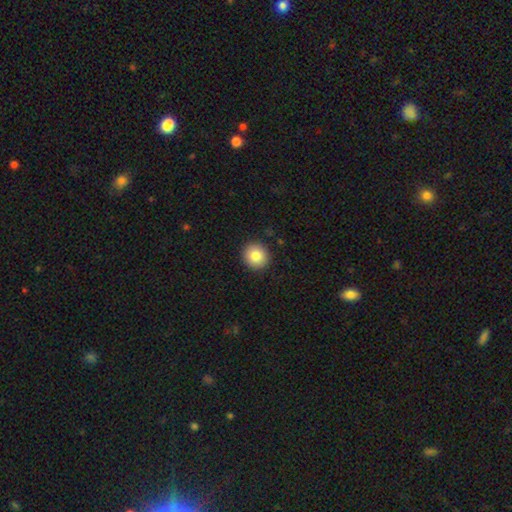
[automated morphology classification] A smooth galaxy with no disk features (83%) that is round (92%).

Vote fractions:
- Smooth or featured? smooth: 83% / star or artifact: 9% / featured or disk: 8%
- How rounded? round: 92% / in between: 7% / cigar-shaped: 1%
- Merging? none: 92% / minor disturbance: 6% / major disturbance: 2% / merger: 1%